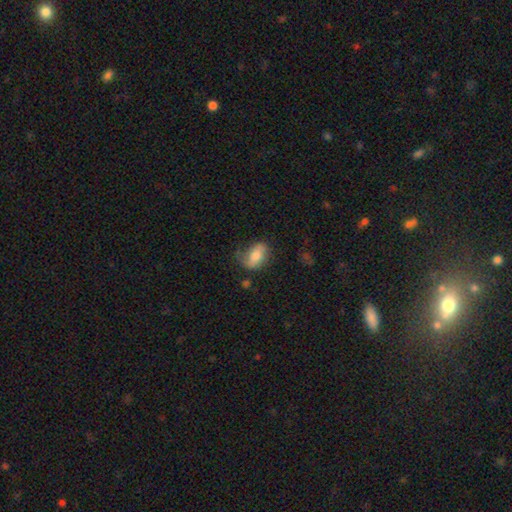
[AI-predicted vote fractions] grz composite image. It shows a smooth galaxy with no disk features (65%) that is in between round and cigar-shaped (86%). Merging: none (54%).